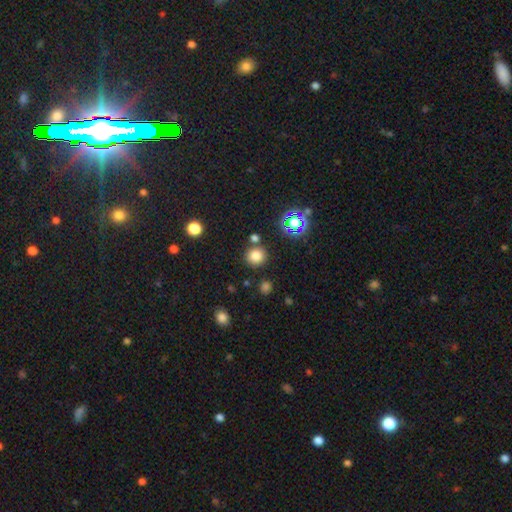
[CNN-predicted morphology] This appears to be a smooth galaxy with no disk features (76%) that is round (91%). Merging: none (80%).